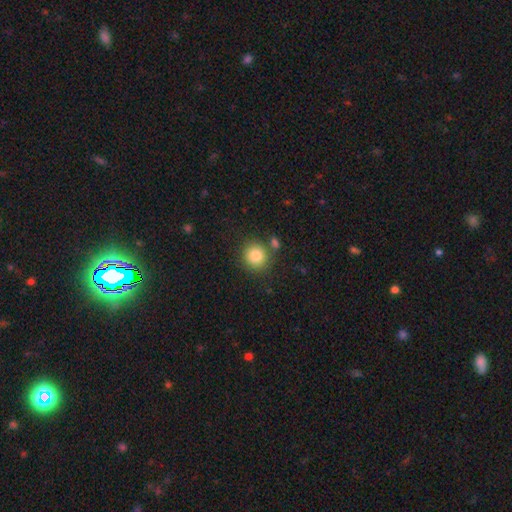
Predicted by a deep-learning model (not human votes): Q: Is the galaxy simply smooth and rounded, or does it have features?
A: smooth — 84%.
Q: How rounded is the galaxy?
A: round — 89%.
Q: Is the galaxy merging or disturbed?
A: none — 78%.